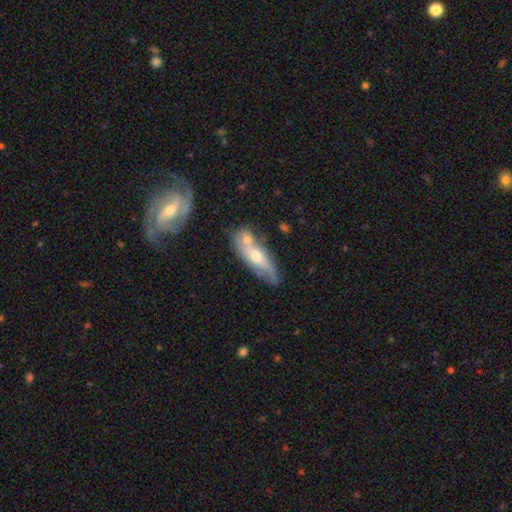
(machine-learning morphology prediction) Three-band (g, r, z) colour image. It shows a featured or disk galaxy (51%). Merging: none (49%).